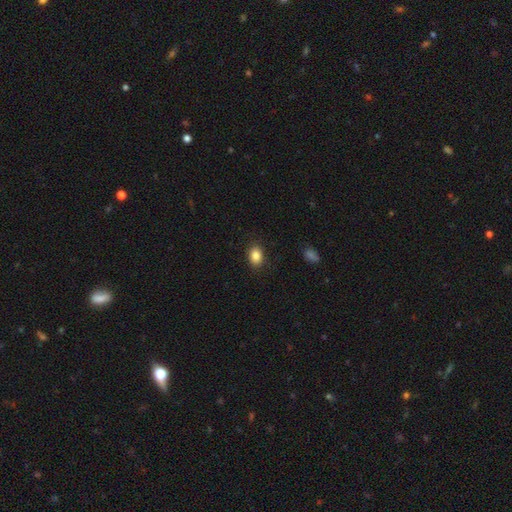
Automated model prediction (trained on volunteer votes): Q: Smooth or featured?
A: smooth (86%); runner-up: star or artifact (9%)
Q: How rounded?
A: in between (72%); runner-up: round (27%)
Q: Merging?
A: none (87%); runner-up: minor disturbance (10%)